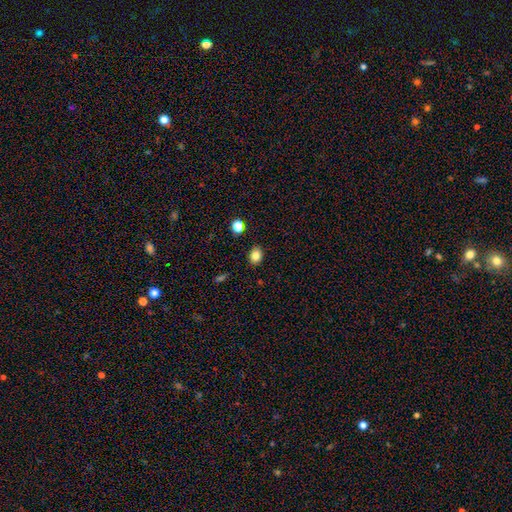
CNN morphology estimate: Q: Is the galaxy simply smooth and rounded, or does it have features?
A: smooth — 83%.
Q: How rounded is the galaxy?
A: in between — 50%.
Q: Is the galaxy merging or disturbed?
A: none — 89%.